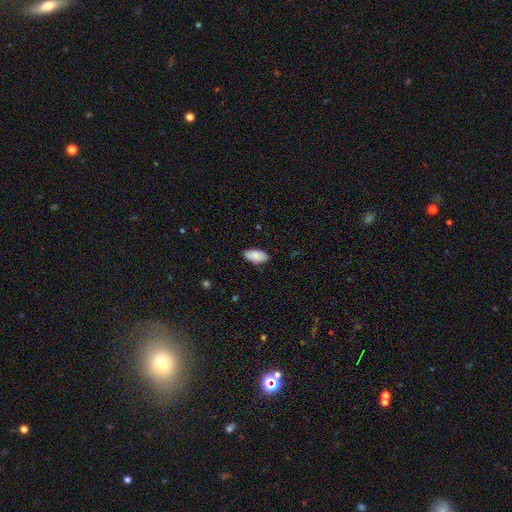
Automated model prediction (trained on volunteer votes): Smooth or featured? Predicted: smooth (p=0.88). How rounded? Predicted: in between (p=0.94). Merging? Predicted: none (p=0.85).